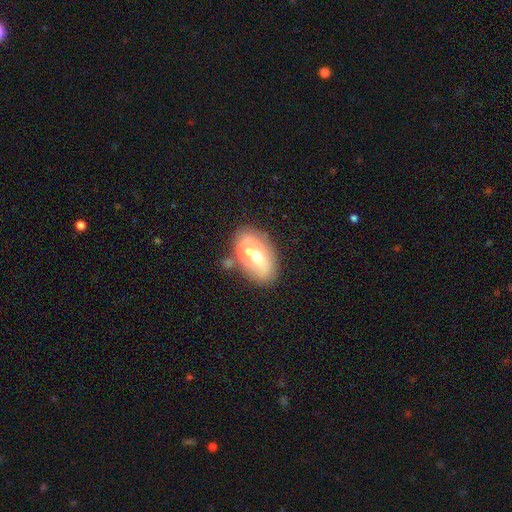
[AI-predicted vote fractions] A smooth galaxy with no disk features (53%) that is in between round and cigar-shaped (84%). Merging: merger (40%).